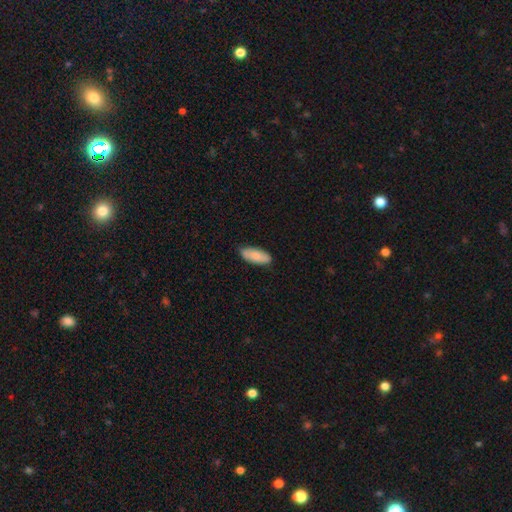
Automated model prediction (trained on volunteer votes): This is clearly a smooth galaxy (83%). How rounded: clearly in between (81%). Merging: clearly none (80%).